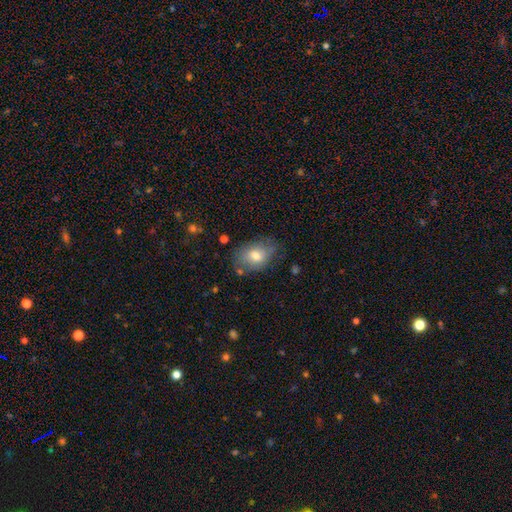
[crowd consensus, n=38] Smooth or featured?
  - smooth: 66% *
  - featured or disk: 26%
  - star or artifact: 8%
How rounded?
  - in between: 84% *
  - round: 16%
  - cigar-shaped: 0%
Merging?
  - none: 51% *
  - minor disturbance: 43%
  - major disturbance: 3%
  - merger: 3%